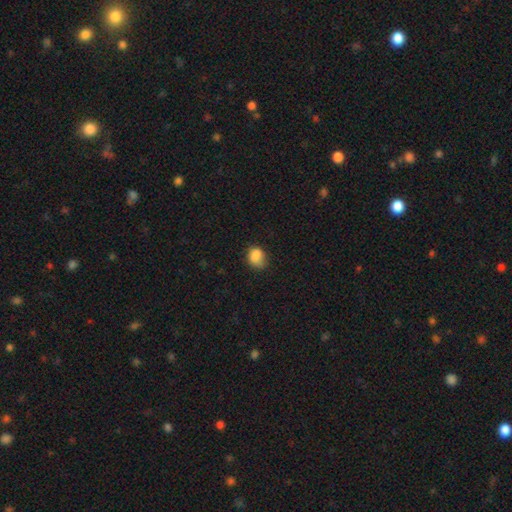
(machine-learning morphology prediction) Overall: smooth (83%). How rounded: in between (52%; round 47%). Merging: none (55%; minor disturbance 32%).